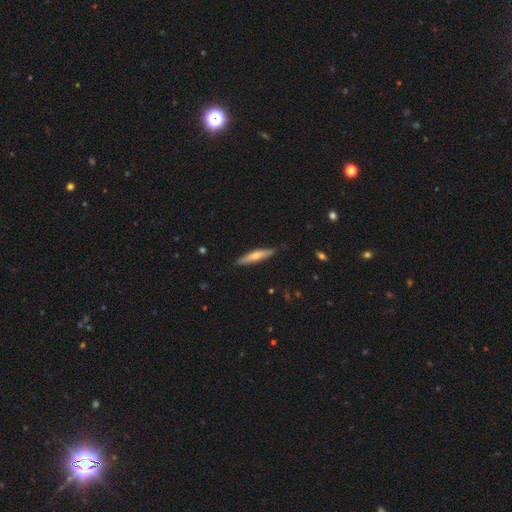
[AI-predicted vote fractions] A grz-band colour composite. It shows a smooth galaxy with no disk features (61%) that is cigar-shaped (85%). Merging: none (85%).